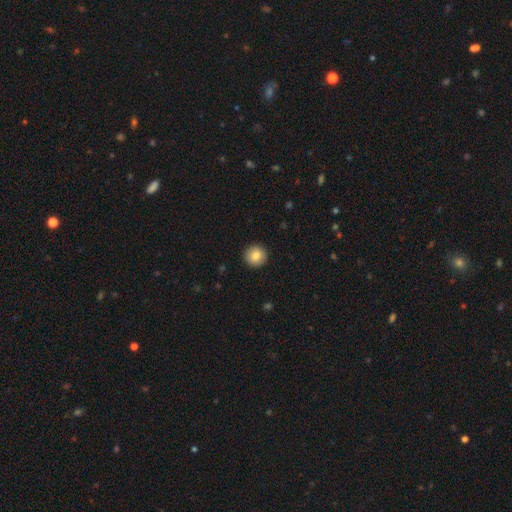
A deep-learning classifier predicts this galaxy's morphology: type=smooth (84%); roundness=round (95%); merging=none (93%).